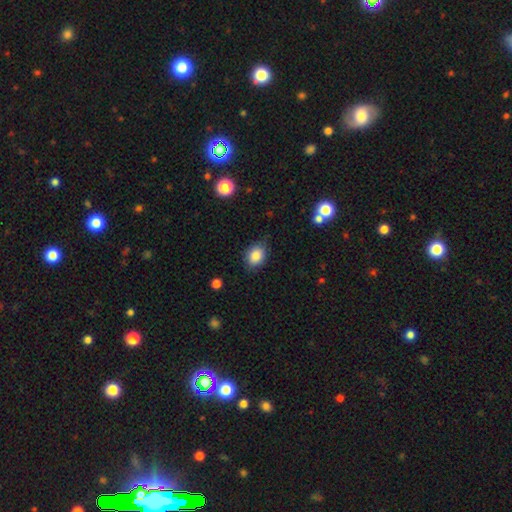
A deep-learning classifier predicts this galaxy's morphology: smooth_or_featured: smooth (p=0.85) [alt: star or artifact p=0.09]
how_rounded: in between (p=0.62) [alt: round p=0.37]
merging: none (p=0.77) [alt: minor disturbance p=0.18]